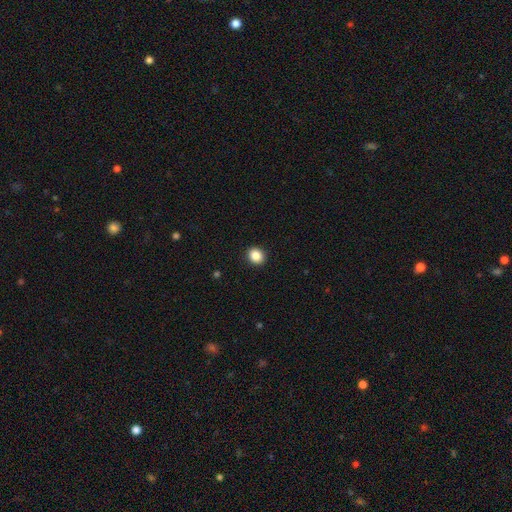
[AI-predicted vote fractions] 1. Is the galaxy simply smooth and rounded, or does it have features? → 86% smooth, 10% star or artifact, 4% featured or disk.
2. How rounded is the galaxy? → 73% round, 26% in between, 1% cigar-shaped.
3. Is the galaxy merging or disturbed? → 92% none, 5% minor disturbance, 2% major disturbance, 1% merger.